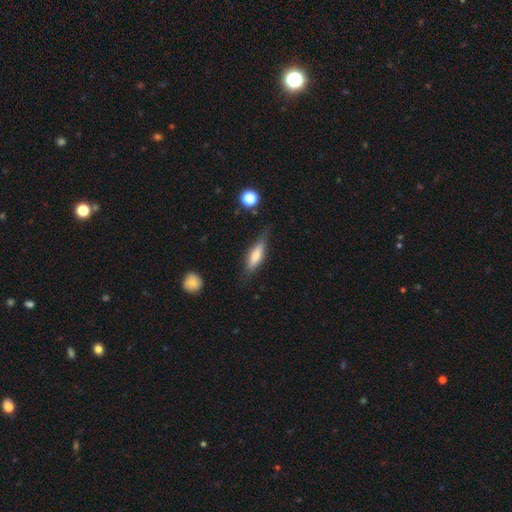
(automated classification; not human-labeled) smooth_or_featured: smooth (p=0.54) [alt: featured or disk p=0.39]
how_rounded: cigar-shaped (p=0.62) [alt: in between p=0.36]
merging: none (p=0.72) [alt: minor disturbance p=0.20]